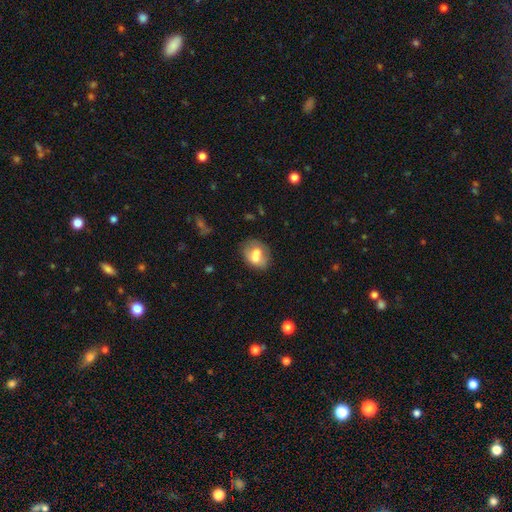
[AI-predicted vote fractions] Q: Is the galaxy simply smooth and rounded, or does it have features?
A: smooth — 63%.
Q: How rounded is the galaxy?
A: in between — 60%.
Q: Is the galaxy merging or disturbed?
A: none — 44%.